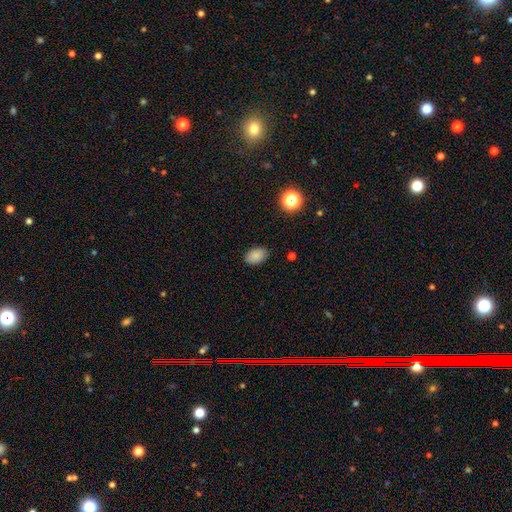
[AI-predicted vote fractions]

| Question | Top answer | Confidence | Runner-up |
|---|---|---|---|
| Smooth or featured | smooth | 84% | star or artifact (10%) |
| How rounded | in between | 87% | round (11%) |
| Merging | none | 85% | minor disturbance (11%) |